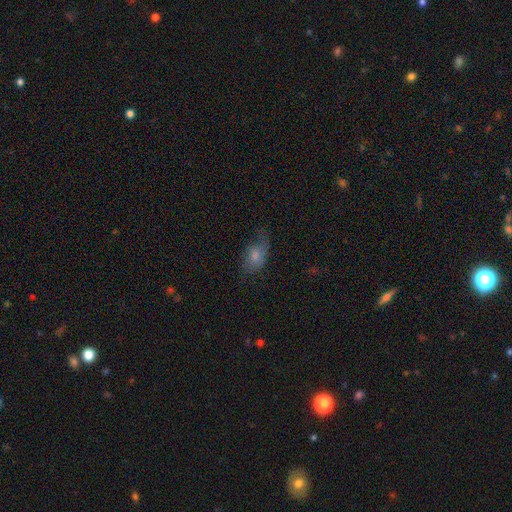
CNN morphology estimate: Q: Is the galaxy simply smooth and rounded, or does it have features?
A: smooth — 66%.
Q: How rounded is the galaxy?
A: in between — 86%.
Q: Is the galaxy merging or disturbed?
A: none — 45%.